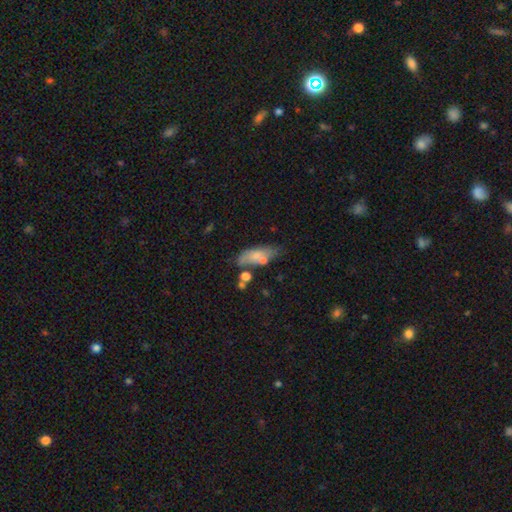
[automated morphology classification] Smooth or featured? Predicted: smooth (p=0.65). How rounded? Predicted: in between (p=0.73). Merging? Predicted: none (p=0.47).